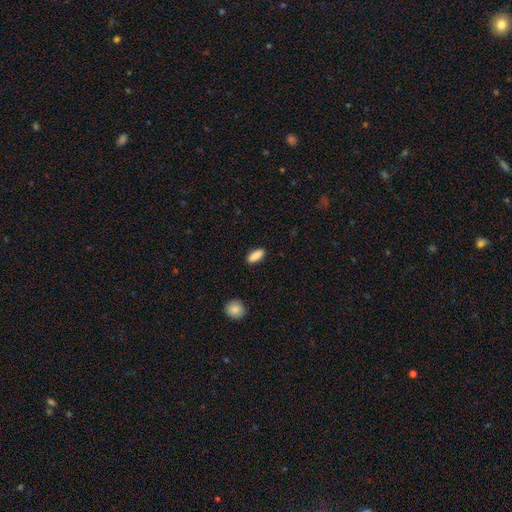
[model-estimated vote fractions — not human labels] smooth_or_featured: smooth (p=0.88) [alt: star or artifact p=0.07]
how_rounded: in between (p=0.80) [alt: cigar-shaped p=0.17]
merging: none (p=0.89) [alt: minor disturbance p=0.08]